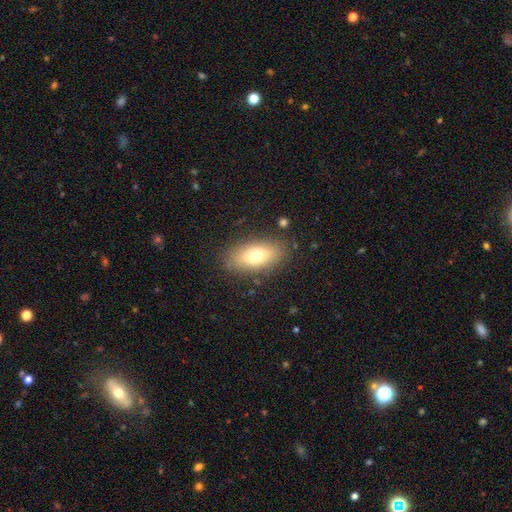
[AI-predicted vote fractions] A smooth galaxy with no disk features (71%) that is in between round and cigar-shaped (86%).

Vote fractions:
- Smooth or featured? smooth: 71% / featured or disk: 20% / star or artifact: 9%
- How rounded? in between: 86% / round: 7% / cigar-shaped: 7%
- Merging? none: 84% / minor disturbance: 11% / major disturbance: 4% / merger: 2%